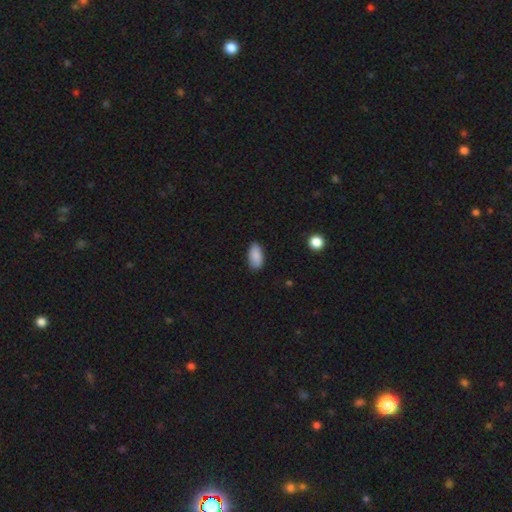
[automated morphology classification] A smooth galaxy with no disk features (88%) that is in between round and cigar-shaped (92%).

Vote fractions:
- Smooth or featured? smooth: 88% / star or artifact: 7% / featured or disk: 5%
- How rounded? in between: 92% / cigar-shaped: 5% / round: 3%
- Merging? none: 85% / minor disturbance: 11% / major disturbance: 2% / merger: 1%